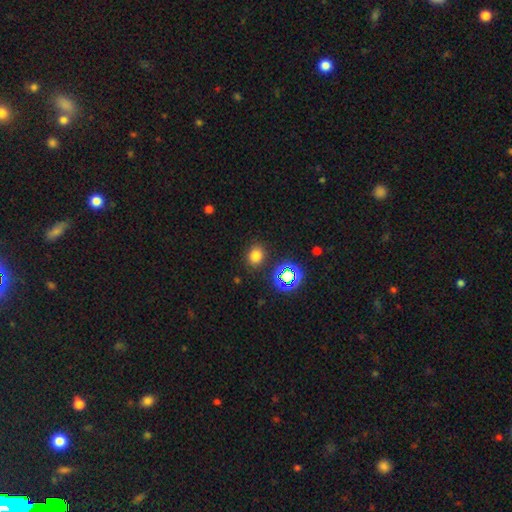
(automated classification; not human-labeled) This is likely a smooth galaxy (74%). How rounded: likely round (63%). Merging: clearly none (85%).